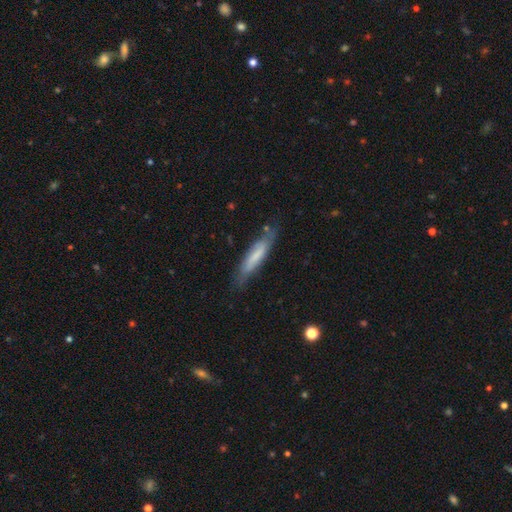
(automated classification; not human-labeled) Overall: smooth (55%; featured or disk 38%). How rounded: cigar-shaped (83%). Merging: none (73%).